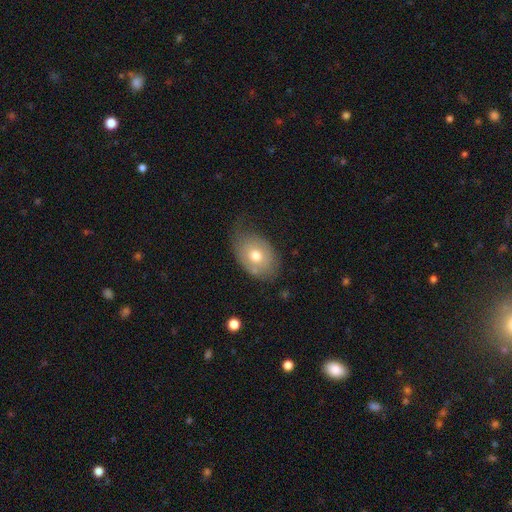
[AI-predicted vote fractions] Smooth or featured?
  - smooth: 66% *
  - featured or disk: 27%
  - star or artifact: 8%
How rounded?
  - in between: 78% *
  - round: 20%
  - cigar-shaped: 1%
Merging?
  - none: 51% *
  - minor disturbance: 32%
  - major disturbance: 14%
  - merger: 3%